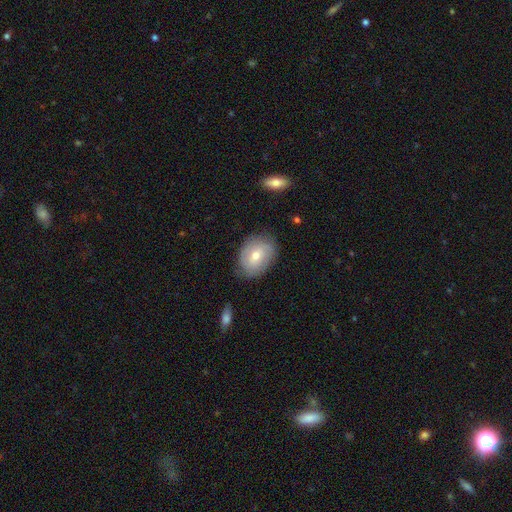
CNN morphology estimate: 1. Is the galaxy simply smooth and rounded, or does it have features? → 55% smooth, 37% featured or disk, 8% star or artifact.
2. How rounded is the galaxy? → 70% in between, 28% round, 1% cigar-shaped.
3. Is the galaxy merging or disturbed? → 76% none, 18% minor disturbance, 4% major disturbance, 1% merger.